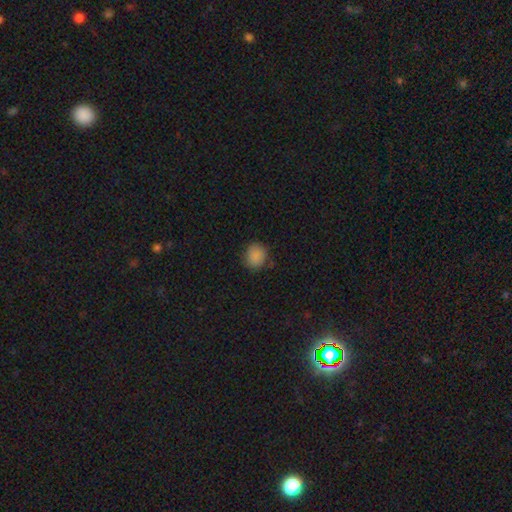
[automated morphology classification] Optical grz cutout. It shows a smooth galaxy with no disk features (86%) that is round (76%). Merging: none (80%).